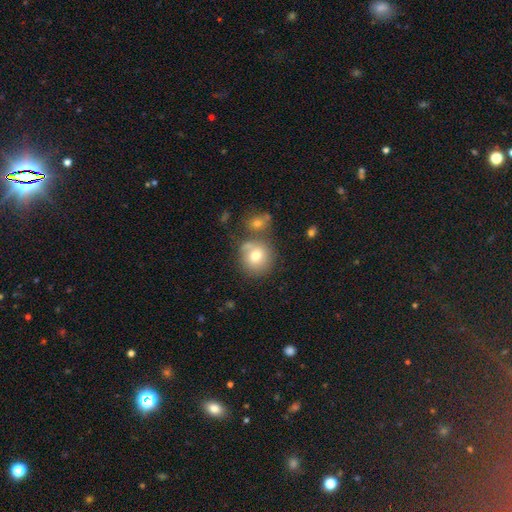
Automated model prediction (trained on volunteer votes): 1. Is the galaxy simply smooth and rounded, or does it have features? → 72% smooth, 17% featured or disk, 11% star or artifact.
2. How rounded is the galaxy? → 89% round, 11% in between, 1% cigar-shaped.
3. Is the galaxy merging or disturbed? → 60% none, 20% merger, 14% minor disturbance, 6% major disturbance.